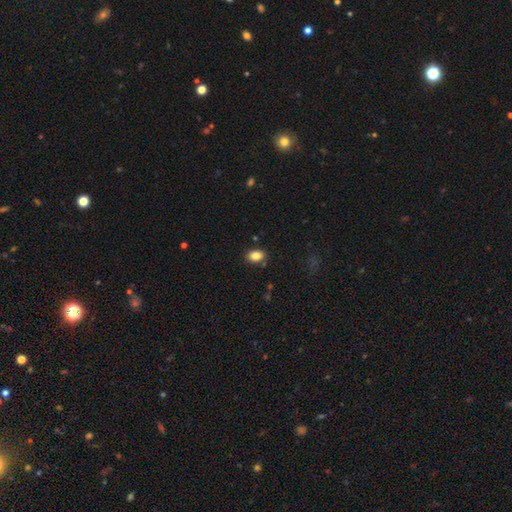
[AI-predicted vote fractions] Morphology: type=smooth (85%); roundness=in between (79%); merging=none (84%).